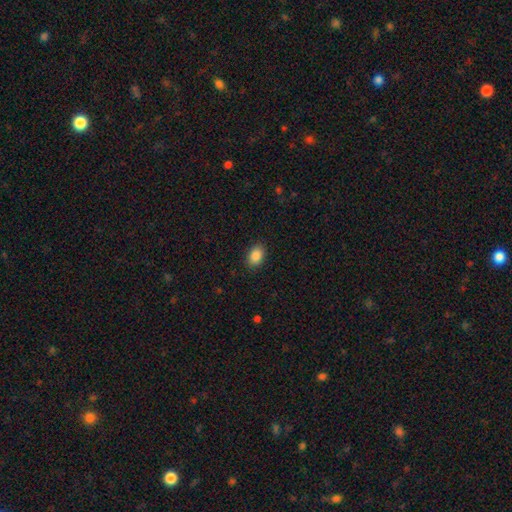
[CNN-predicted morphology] This appears to be a smooth galaxy with no disk features (88%) that is in between round and cigar-shaped (83%). Merging: none (89%).